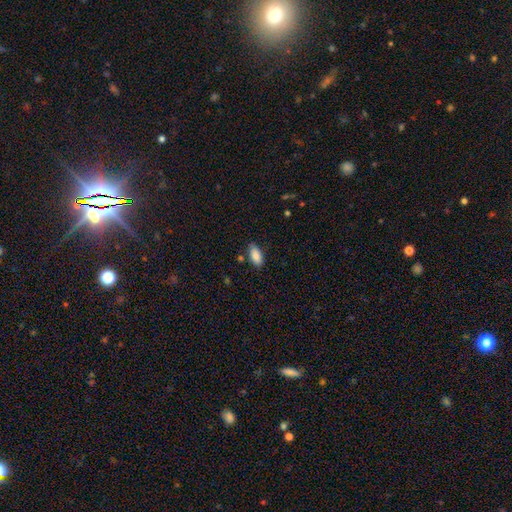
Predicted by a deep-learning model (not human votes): smooth_or_featured: smooth (p=0.88) [alt: star or artifact p=0.07]
how_rounded: in between (p=0.90) [alt: cigar-shaped p=0.08]
merging: none (p=0.80) [alt: minor disturbance p=0.14]